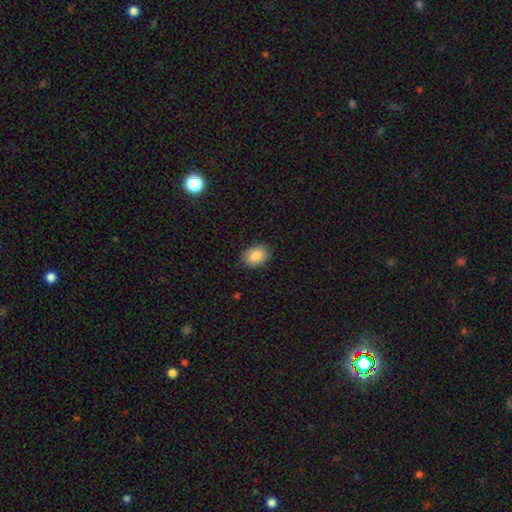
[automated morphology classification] smooth-or-featured: smooth: 87% | star or artifact: 7% | featured or disk: 6%
  how-rounded: in between: 73% | round: 26% | cigar-shaped: 1%
  merging: none: 85% | minor disturbance: 12% | major disturbance: 3% | merger: 1%